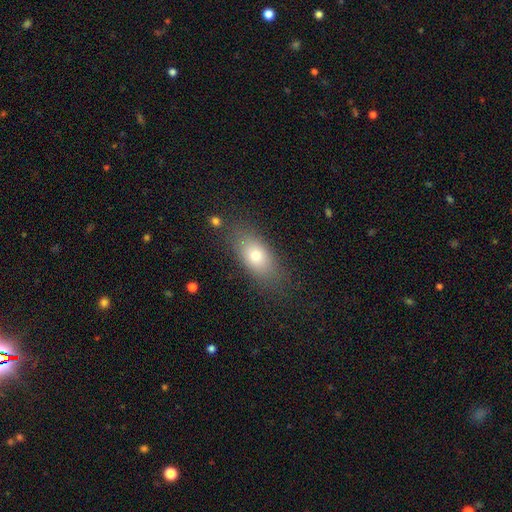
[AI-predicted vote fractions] smooth_or_featured: smooth (p=0.75) [alt: featured or disk p=0.16]
how_rounded: in between (p=0.82) [alt: cigar-shaped p=0.09]
merging: none (p=0.79) [alt: minor disturbance p=0.14]